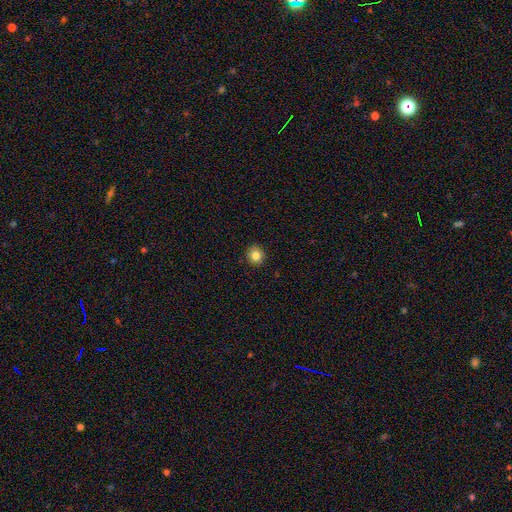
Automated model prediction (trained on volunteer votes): This appears to be a smooth galaxy with no disk features (83%) that is round (88%). Merging: none (90%).